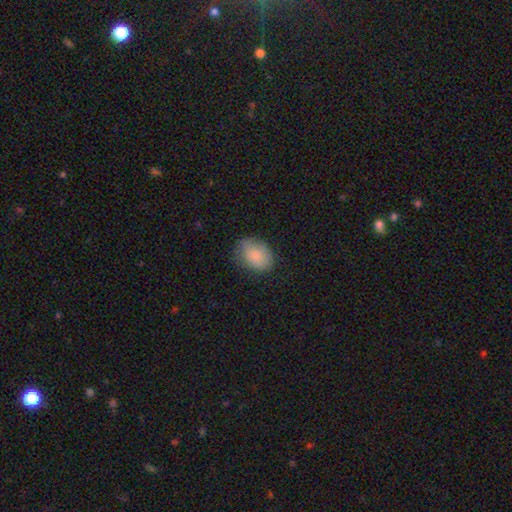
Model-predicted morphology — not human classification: This appears to be a smooth galaxy with no disk features (83%) that is in between round and cigar-shaped (73%). Merging: none (71%).